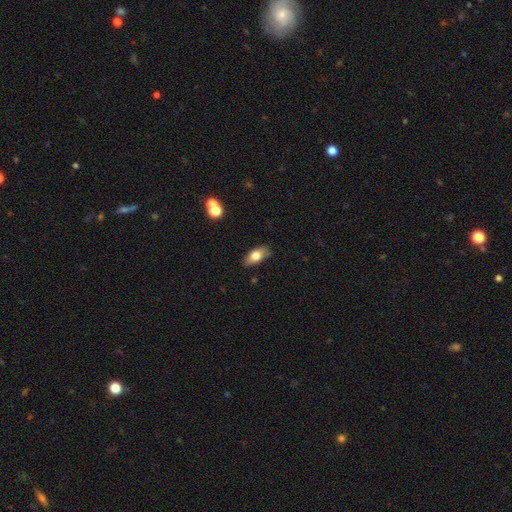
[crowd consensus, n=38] smooth-or-featured: smooth: 82% | featured or disk: 13% | star or artifact: 5%
  how-rounded: in between: 94% | cigar-shaped: 6% | round: 0%
  merging: none: 83% | minor disturbance: 14% | merger: 3% | major disturbance: 0%